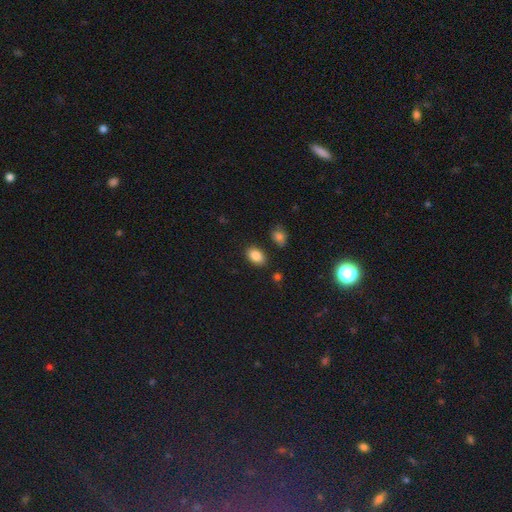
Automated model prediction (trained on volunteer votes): smooth-or-featured: smooth: 87% | star or artifact: 8% | featured or disk: 5%
  how-rounded: in between: 86% | round: 13% | cigar-shaped: 1%
  merging: none: 84% | minor disturbance: 10% | merger: 3% | major disturbance: 3%